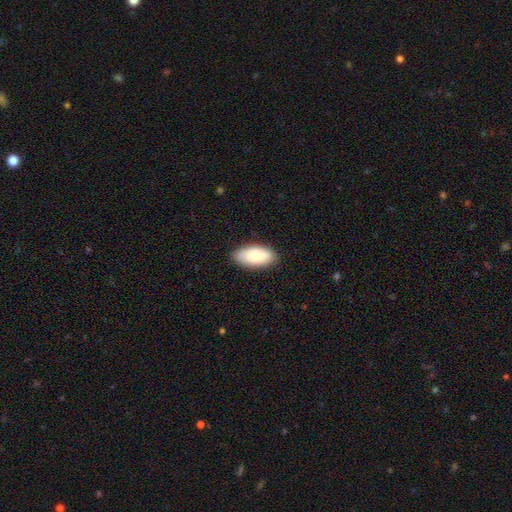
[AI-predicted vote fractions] The model was most divided on "smooth or featured": smooth: 80%, featured or disk: 14%, star or artifact: 6%. More confident: how rounded — in between (92%); merging — none (87%).